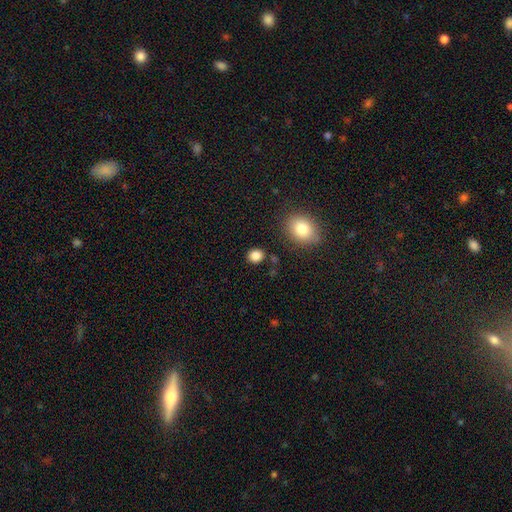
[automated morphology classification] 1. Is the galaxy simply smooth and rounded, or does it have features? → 85% smooth, 11% star or artifact, 4% featured or disk.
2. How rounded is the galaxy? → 75% round, 24% in between, 1% cigar-shaped.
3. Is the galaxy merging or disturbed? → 85% none, 8% minor disturbance, 4% merger, 3% major disturbance.